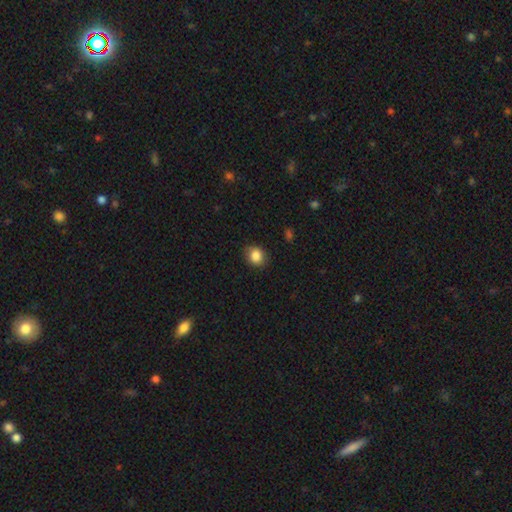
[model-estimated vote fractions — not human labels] A smooth galaxy with no disk features (86%) that is round (69%). Merging: none (84%).